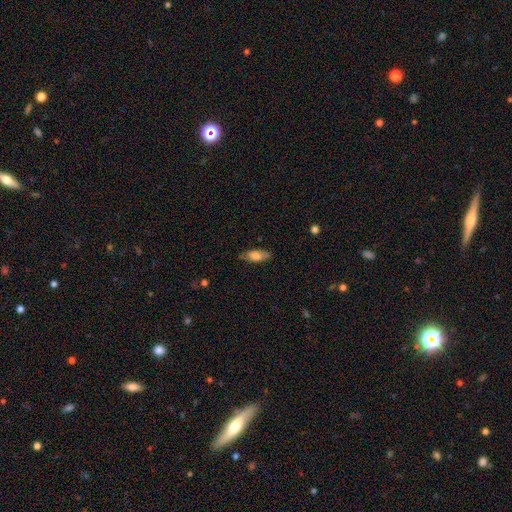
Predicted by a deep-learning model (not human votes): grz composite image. It shows a smooth galaxy with no disk features (76%) that is in between round and cigar-shaped (76%). Merging: none (77%).